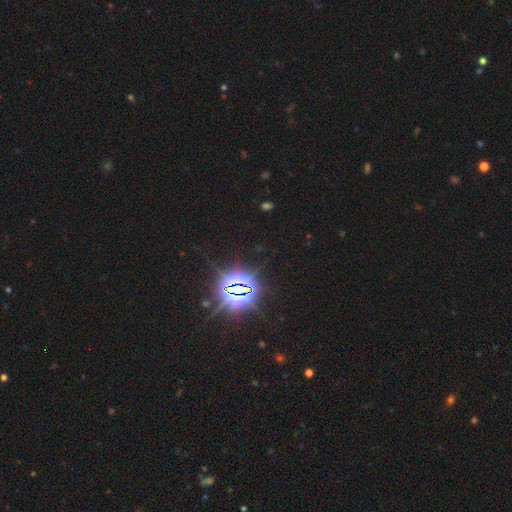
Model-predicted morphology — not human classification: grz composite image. It shows a star or artifact, not a galaxy (85%).